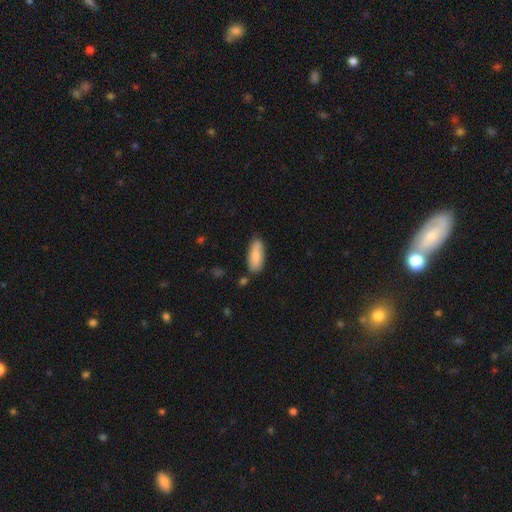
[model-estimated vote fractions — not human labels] Smooth or featured? smooth (79%)
How rounded? in between (79%)
Merging? none (78%)